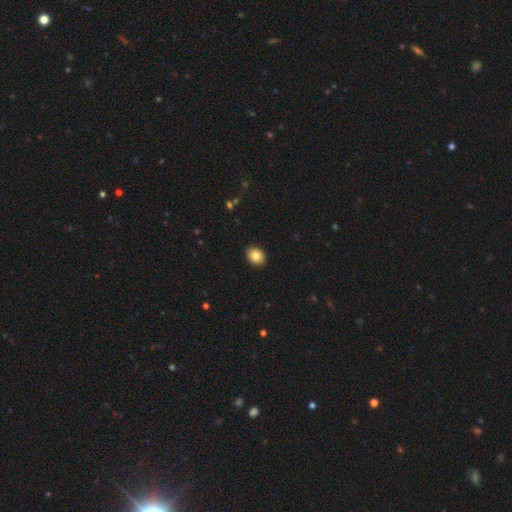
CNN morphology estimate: The model was most divided on "how rounded": in between: 53%, round: 46%, cigar-shaped: 1%. More confident: merging — none (91%); smooth or featured — smooth (84%).